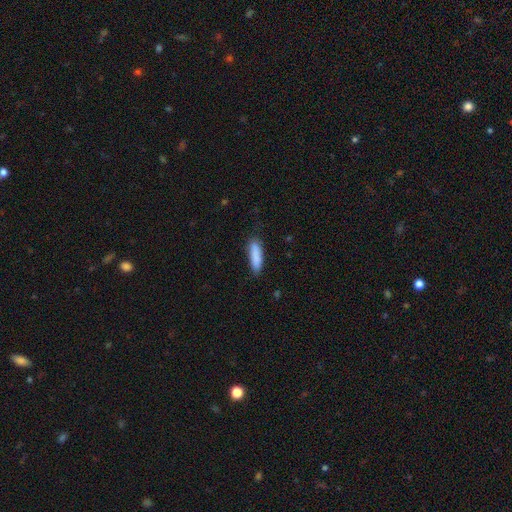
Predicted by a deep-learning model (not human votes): Morphology: type=smooth (88%); roundness=cigar-shaped (60%); merging=none (80%).